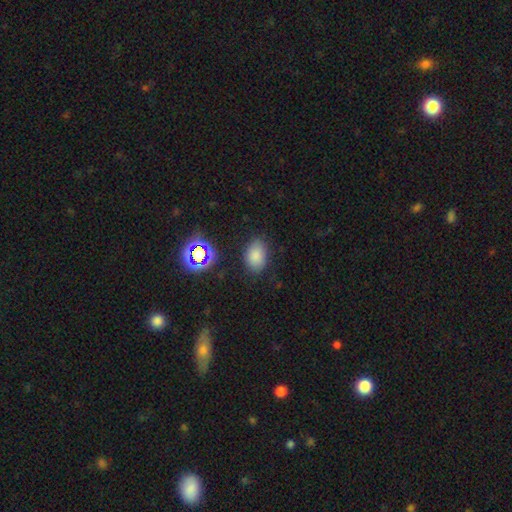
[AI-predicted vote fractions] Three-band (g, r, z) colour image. It shows a smooth galaxy with no disk features (78%) that is in between round and cigar-shaped (82%). Merging: none (80%).